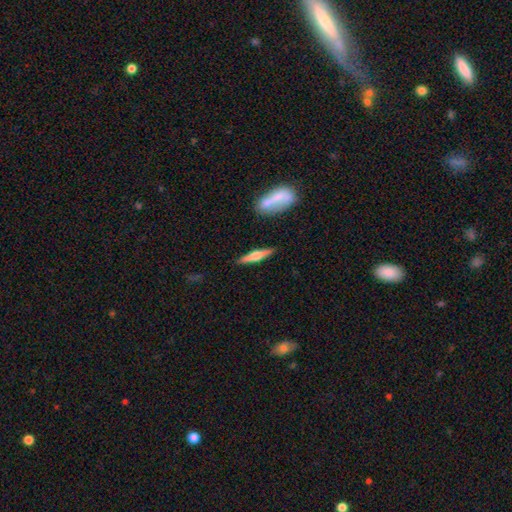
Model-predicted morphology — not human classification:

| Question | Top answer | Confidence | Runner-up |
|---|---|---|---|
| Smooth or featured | featured or disk | 56% | smooth (38%) |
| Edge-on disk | yes | 96% | no (4%) |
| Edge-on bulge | rounded | 84% | boxy (11%) |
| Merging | none | 88% | minor disturbance (8%) |